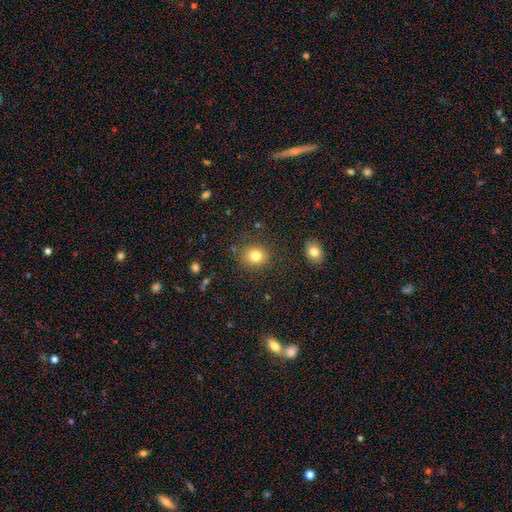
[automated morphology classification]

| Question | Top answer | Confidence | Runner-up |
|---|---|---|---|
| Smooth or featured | smooth | 81% | star or artifact (11%) |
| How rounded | round | 73% | in between (27%) |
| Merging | none | 84% | minor disturbance (10%) |